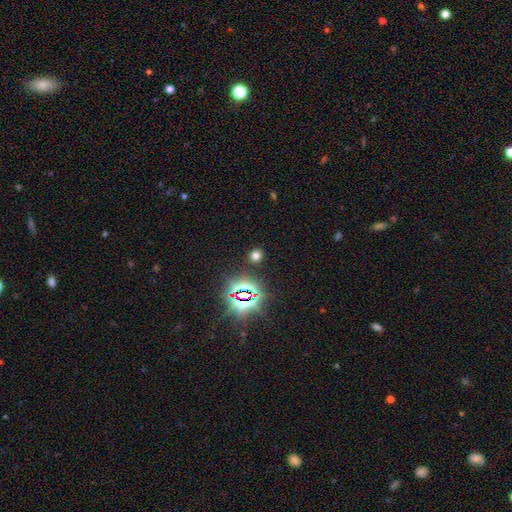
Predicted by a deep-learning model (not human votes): This appears to be a smooth galaxy with no disk features (62%) that is round (79%). Merging: none (88%).